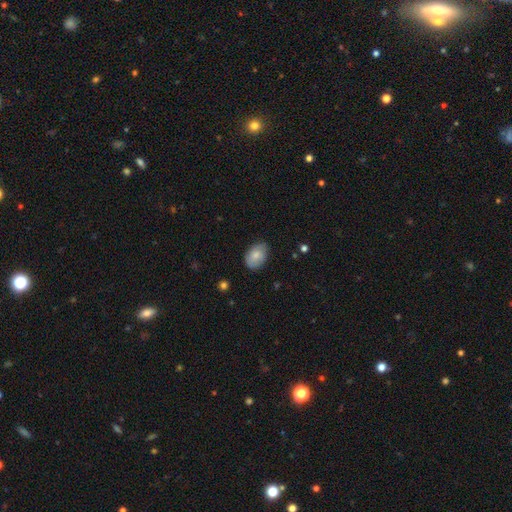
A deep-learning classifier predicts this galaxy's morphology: Overall: smooth (76%). How rounded: in between (84%). Merging: none (70%).